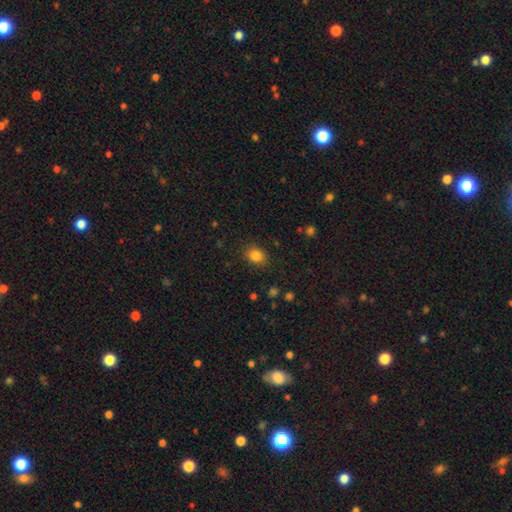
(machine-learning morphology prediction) This appears to be a smooth galaxy with no disk features (84%) that is round (52%). Merging: none (85%).